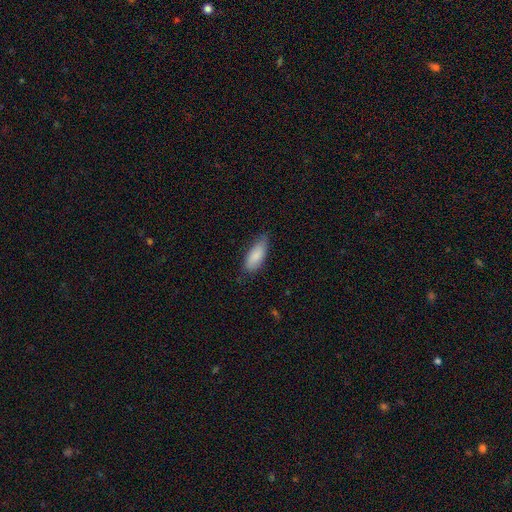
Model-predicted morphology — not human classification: smooth 85%, featured or disk 9%, star or artifact 6%. Down the decision tree: how rounded — in between (77%); merging — none (65%).